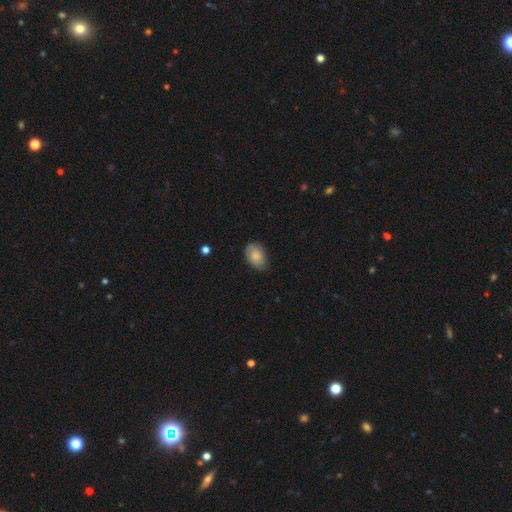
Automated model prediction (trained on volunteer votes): Smooth or featured: smooth — 82% (featured or disk — 11%)
How rounded: in between — 87% (round — 12%)
Merging: none — 75% (minor disturbance — 20%)